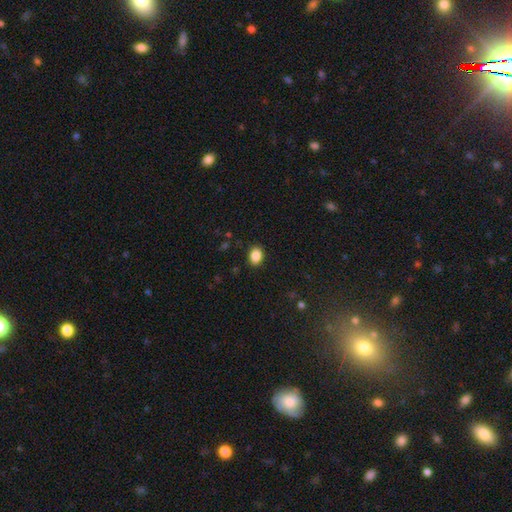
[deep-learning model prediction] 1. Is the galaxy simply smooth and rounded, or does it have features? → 88% smooth, 9% star or artifact, 3% featured or disk.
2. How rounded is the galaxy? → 68% in between, 31% round, 1% cigar-shaped.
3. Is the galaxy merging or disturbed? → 89% none, 8% minor disturbance, 2% major disturbance, 1% merger.